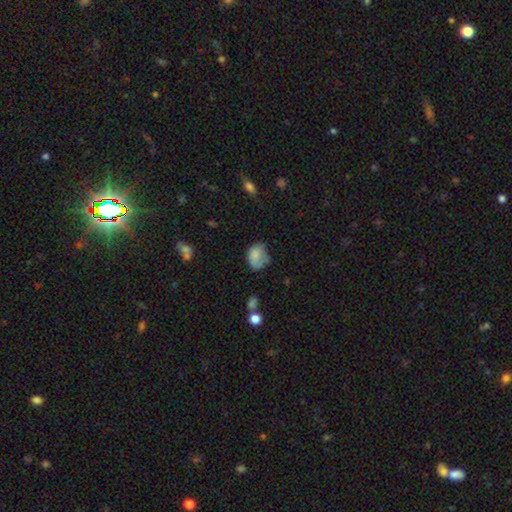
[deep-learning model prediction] Smooth or featured: smooth — 76% (featured or disk — 14%)
How rounded: in between — 66% (round — 33%)
Merging: none — 39% (minor disturbance — 36%)